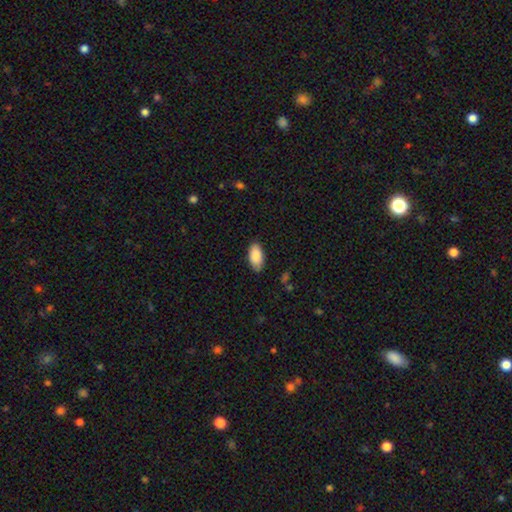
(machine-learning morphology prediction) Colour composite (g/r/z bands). It shows a smooth galaxy with no disk features (90%) that is in between round and cigar-shaped (94%). Merging: none (84%).